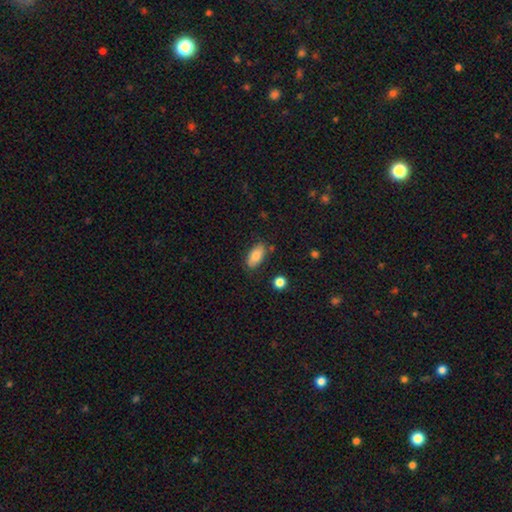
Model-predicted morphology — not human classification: type=smooth (80%); roundness=in between (90%); merging=none (79%).